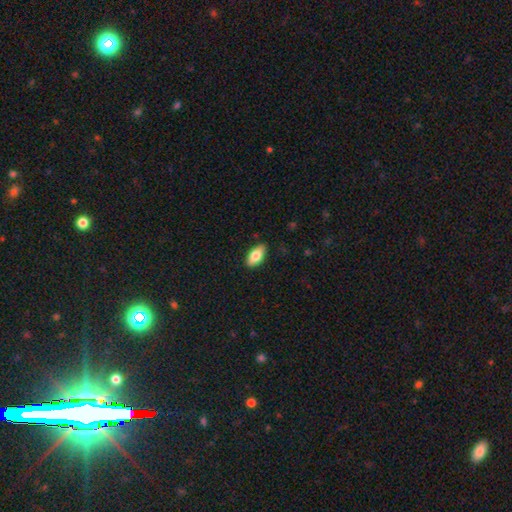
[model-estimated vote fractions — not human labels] The model was most divided on "smooth or featured": smooth: 77%, featured or disk: 16%, star or artifact: 6%. More confident: how rounded — in between (89%); merging — none (88%).